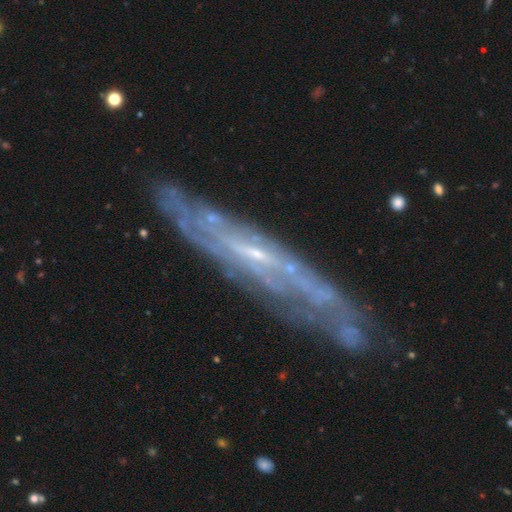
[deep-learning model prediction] Morphology: type=featured or disk (81%); edge-on=no (57%); merging=none (75%).